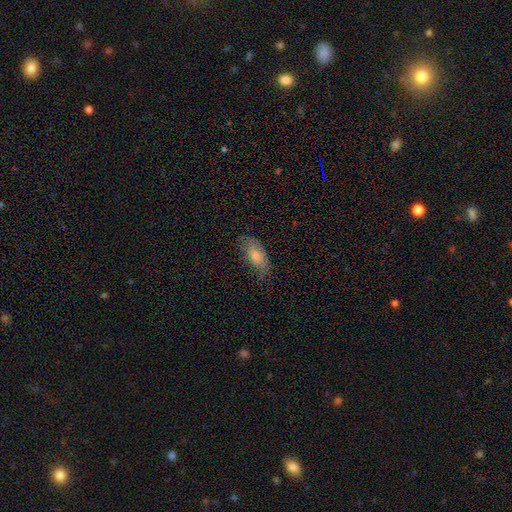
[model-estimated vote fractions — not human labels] This appears to be a smooth galaxy with no disk features (61%) that is in between round and cigar-shaped (87%). Merging: none (65%).